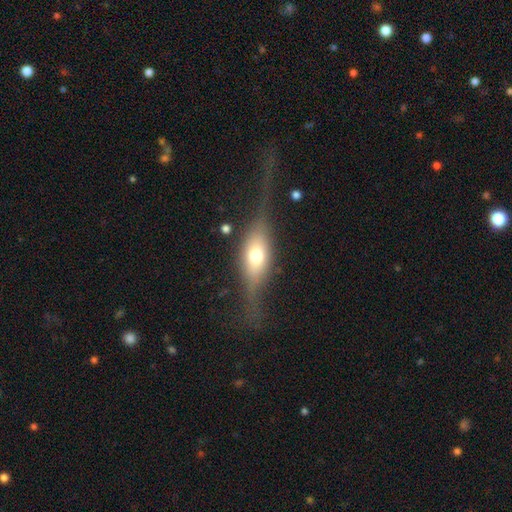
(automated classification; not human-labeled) This is possibly a smooth galaxy (48%). Merging: possibly none (60%).